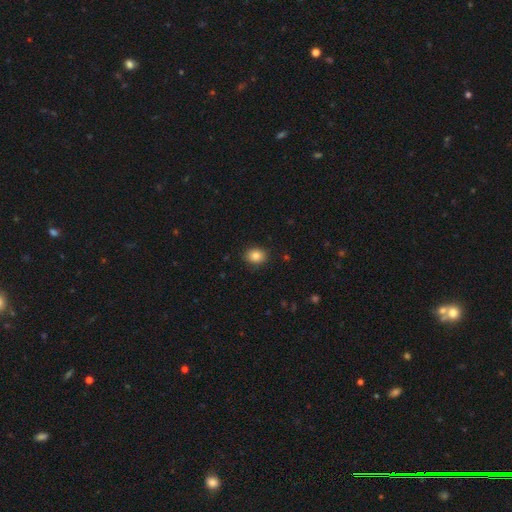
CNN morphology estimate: Smooth or featured? smooth (84%)
How rounded? round (52%)
Merging? none (89%)